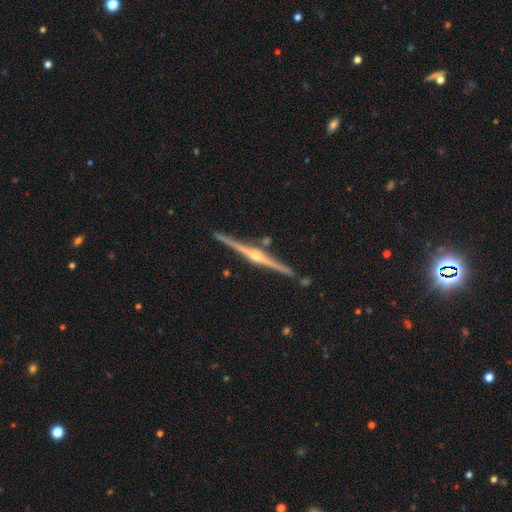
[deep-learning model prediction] A featured or disk galaxy (88%) viewed edge-on (99%) with a rounded central bulge (93%). Merging: none (87%).